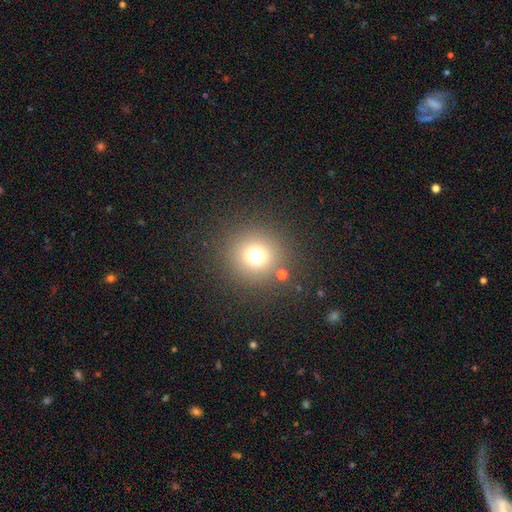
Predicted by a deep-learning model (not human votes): A smooth galaxy with no disk features (71%) that is round (94%). Merging: none (84%).